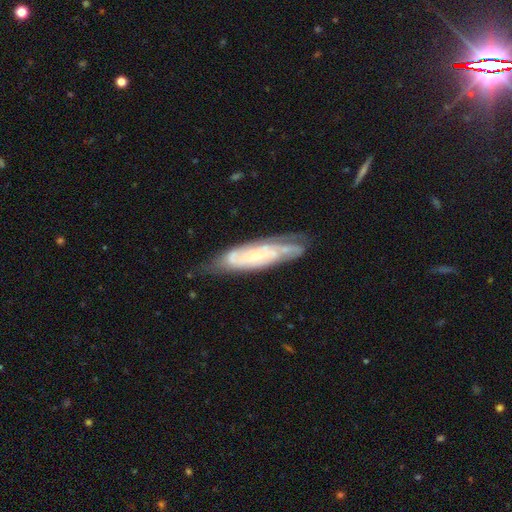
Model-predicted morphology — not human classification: A featured or disk galaxy (77%) with no bar (70%), tight (63%) spiral arms (90%) and a small central bulge (74%).

Vote fractions:
- Smooth or featured? featured or disk: 77% / smooth: 17% / star or artifact: 6%
- Edge-on disk? no: 80% / yes: 20%
- Bar? no: 70% / weak: 22% / strong: 7%
- Spiral arms? yes: 90% / no: 10%
- Spiral winding? tight: 63% / medium: 29% / loose: 8%
- Spiral arm count? can't tell: 45% / 2: 28% / 3: 13% / 4: 7% / 1: 4% / more than 4: 3%
- Bulge size? small: 74% / moderate: 21% / none: 3% / large: 1% / dominant: 1%
- Merging? none: 64% / minor disturbance: 25% / major disturbance: 8% / merger: 3%